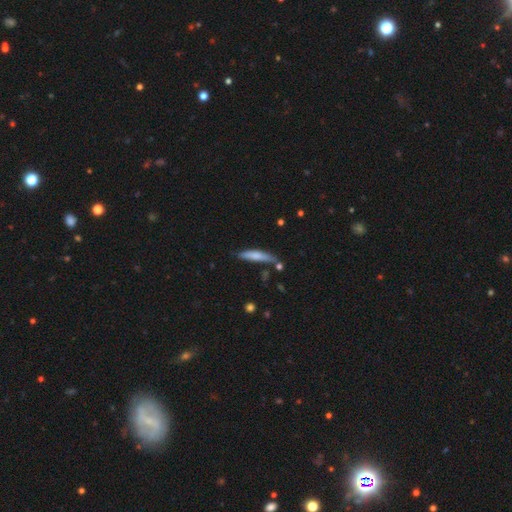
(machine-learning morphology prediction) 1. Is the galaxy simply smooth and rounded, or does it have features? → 69% smooth, 25% featured or disk, 6% star or artifact.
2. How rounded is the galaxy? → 86% cigar-shaped, 12% in between, 2% round.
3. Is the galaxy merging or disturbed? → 71% none, 19% minor disturbance, 6% merger, 4% major disturbance.